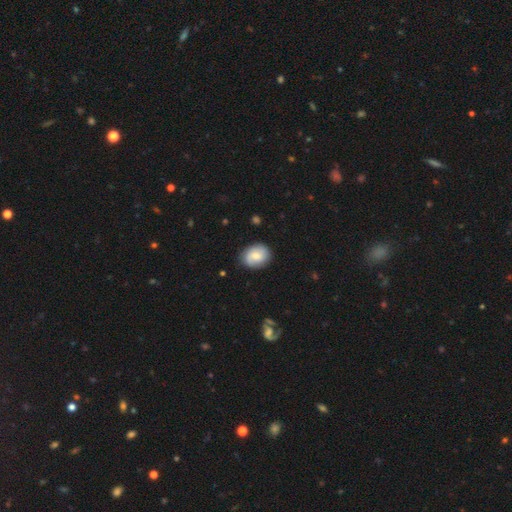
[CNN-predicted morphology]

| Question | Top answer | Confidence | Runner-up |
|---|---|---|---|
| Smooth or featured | smooth | 68% | featured or disk (25%) |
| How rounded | round | 51% | in between (48%) |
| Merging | none | 82% | minor disturbance (14%) |